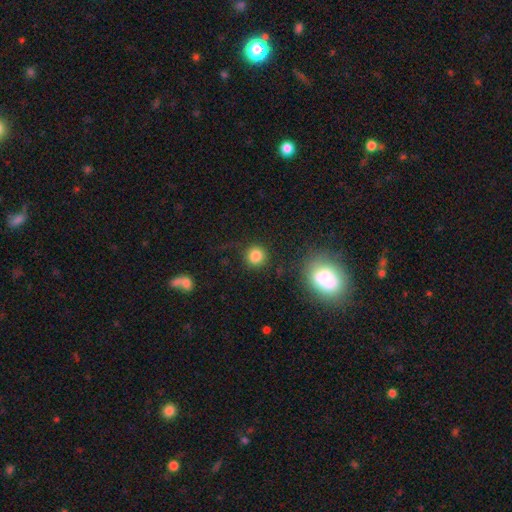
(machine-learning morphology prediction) This appears to be a smooth galaxy with no disk features (83%) that is round (90%). Merging: none (82%).